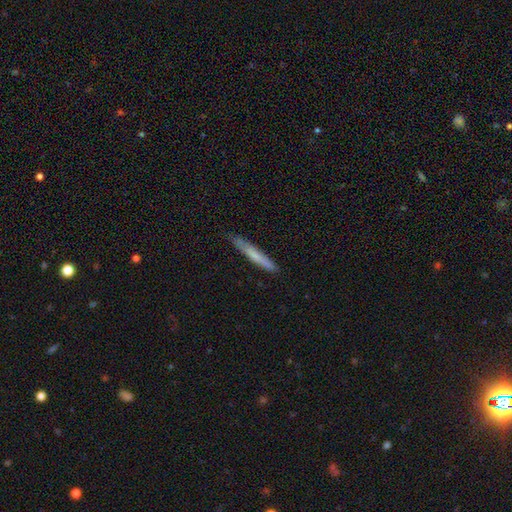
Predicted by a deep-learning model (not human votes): Smooth or featured: smooth — 66% (featured or disk — 28%)
How rounded: cigar-shaped — 96% (in between — 3%)
Merging: none — 84% (minor disturbance — 13%)